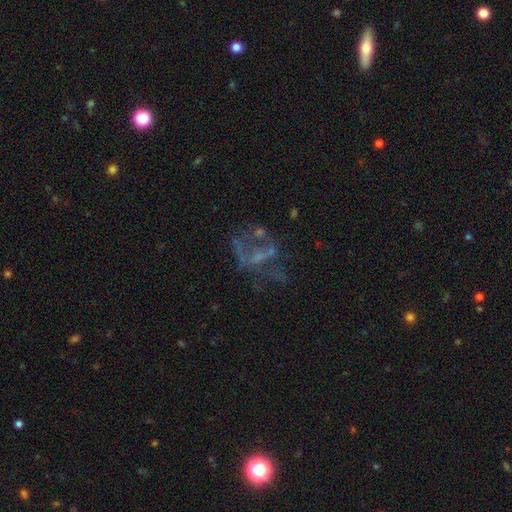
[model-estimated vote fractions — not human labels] Smooth or featured?
  - featured or disk: 57% *
  - star or artifact: 25%
  - smooth: 17%
Edge-on disk?
  - no: 97% *
  - yes: 3%
Bar?
  - no: 75% *
  - weak: 18%
  - strong: 7%
Spiral arms?
  - no: 80% *
  - yes: 20%
Bulge size?
  - none: 64% *
  - small: 22%
  - moderate: 11%
  - large: 2%
  - dominant: 1%
Merging?
  - none: 39% *
  - major disturbance: 37%
  - minor disturbance: 13%
  - merger: 11%